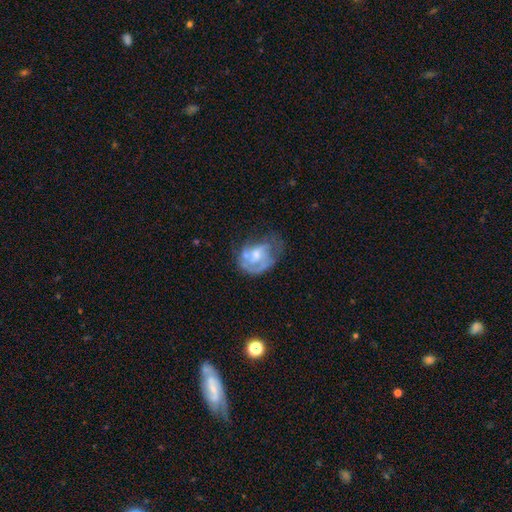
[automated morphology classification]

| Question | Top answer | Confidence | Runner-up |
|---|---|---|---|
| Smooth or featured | featured or disk | 63% | smooth (30%) |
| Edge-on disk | no | 97% | yes (3%) |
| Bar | no | 62% | weak (32%) |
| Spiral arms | yes | 57% | no (43%) |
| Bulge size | moderate | 44% | small (32%) |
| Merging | none | 33% | tied: major disturbance (33%) |